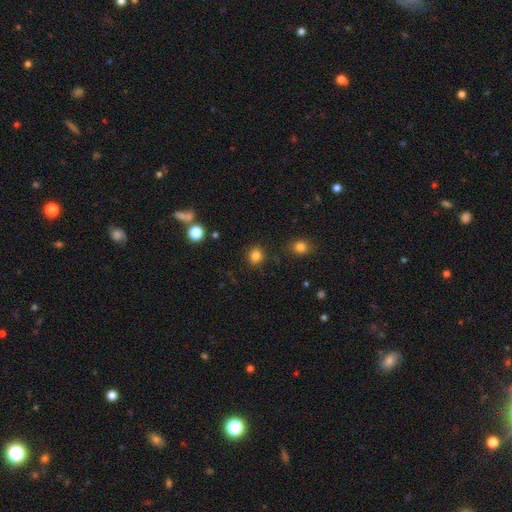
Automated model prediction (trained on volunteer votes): smooth-or-featured: smooth: 84% | star or artifact: 12% | featured or disk: 4%
  how-rounded: round: 83% | in between: 16% | cigar-shaped: 1%
  merging: none: 88% | minor disturbance: 7% | major disturbance: 3% | merger: 2%